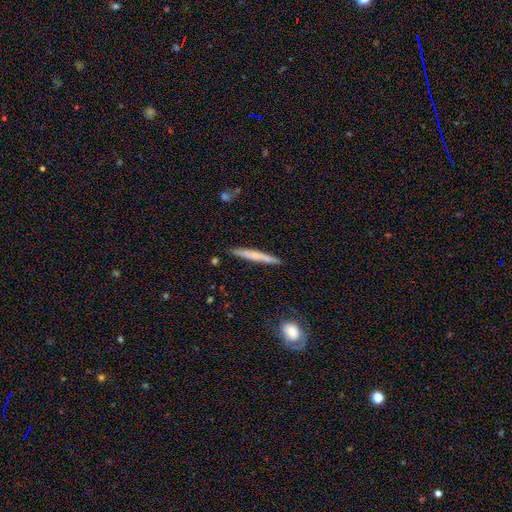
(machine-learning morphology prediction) This appears to be a smooth galaxy with no disk features (55%) that is cigar-shaped (96%). Merging: none (89%).